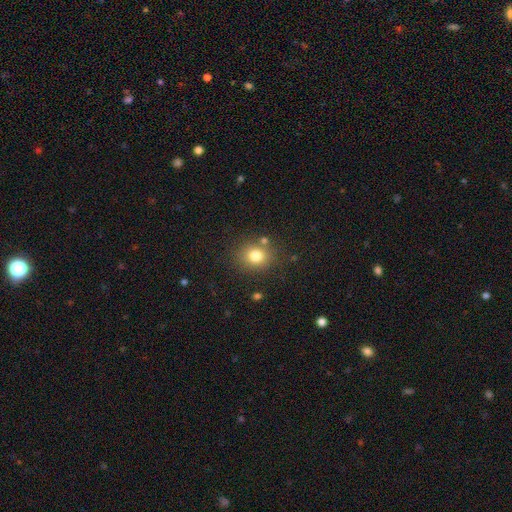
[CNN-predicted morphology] Overall: smooth (79%). How rounded: round (74%). Merging: none (79%).